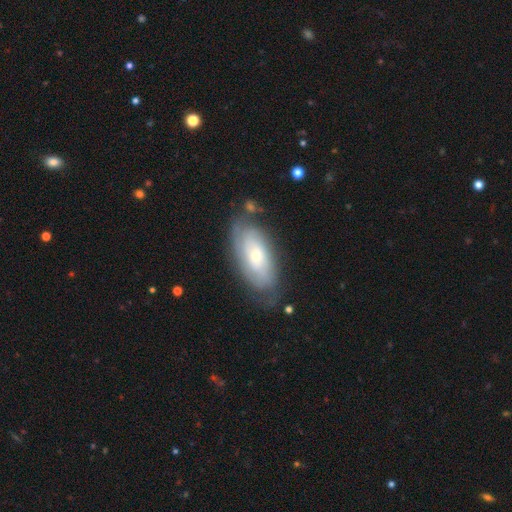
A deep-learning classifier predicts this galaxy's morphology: Smooth or featured: featured or disk — 65% (smooth — 29%)
Edge-on disk: no — 90% (yes — 10%)
Bar: no — 77% (weak — 18%)
Spiral arms: yes — 77% (no — 23%)
Bulge size: small — 57% (moderate — 39%)
Merging: none — 70% (minor disturbance — 20%)